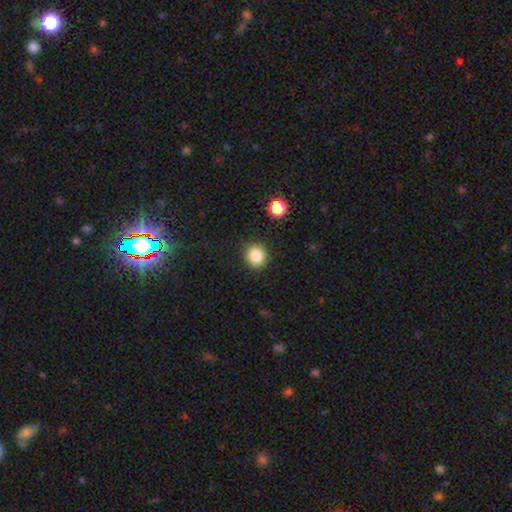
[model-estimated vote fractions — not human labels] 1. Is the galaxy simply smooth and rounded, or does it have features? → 85% smooth, 10% star or artifact, 4% featured or disk.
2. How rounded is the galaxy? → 86% round, 13% in between, 1% cigar-shaped.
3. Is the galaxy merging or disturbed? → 89% none, 7% minor disturbance, 2% major disturbance, 2% merger.